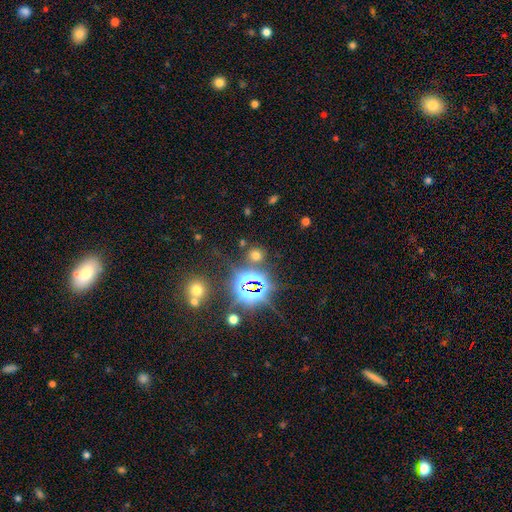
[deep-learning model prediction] A smooth galaxy with no disk features (49%). Merging: none (81%).